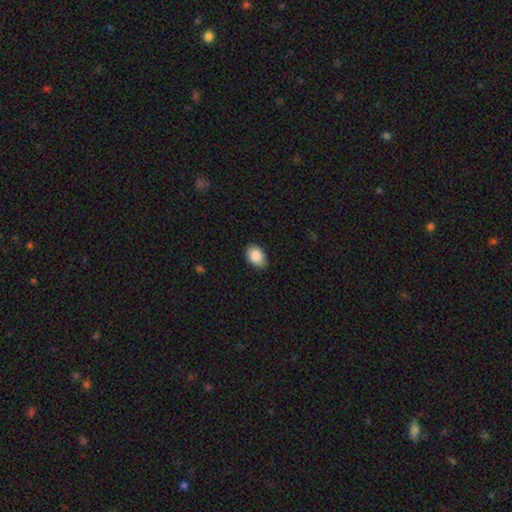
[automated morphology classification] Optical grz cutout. It shows a smooth galaxy with no disk features (89%) that is in between round and cigar-shaped (86%). Merging: none (84%).